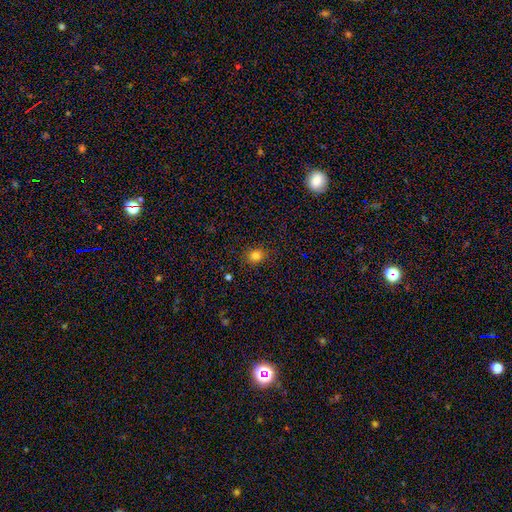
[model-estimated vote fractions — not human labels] This appears to be a smooth galaxy with no disk features (81%) that is round (75%). Merging: none (89%).